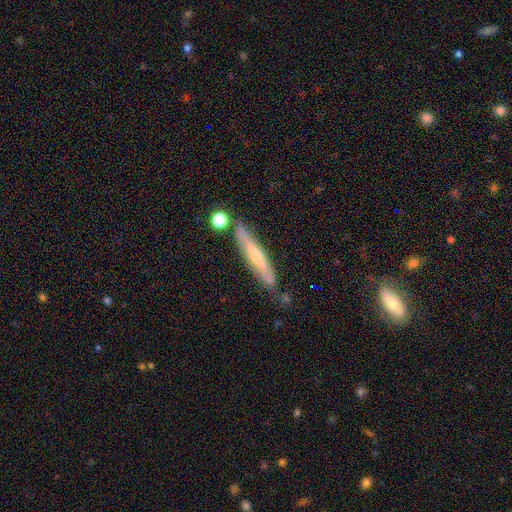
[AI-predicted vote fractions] Smooth or featured?
  - featured or disk: 54% *
  - smooth: 40%
  - star or artifact: 6%
Edge-on disk?
  - yes: 80% *
  - no: 20%
Merging?
  - none: 72% *
  - minor disturbance: 17%
  - merger: 8%
  - major disturbance: 4%